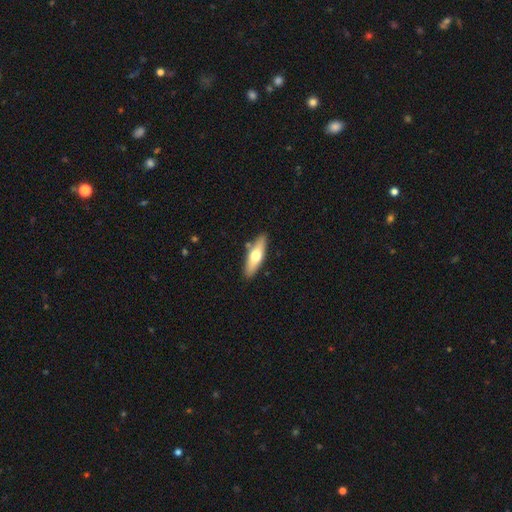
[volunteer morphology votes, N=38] A smooth galaxy with no disk features (66%) that is cigar-shaped (64%).

Vote fractions:
- Smooth or featured? smooth: 66% / featured or disk: 34% / star or artifact: 0%
- How rounded? cigar-shaped: 64% / in between: 28% / round: 8%
- Merging? none: 79% / merger: 11% / minor disturbance: 8% / major disturbance: 3%